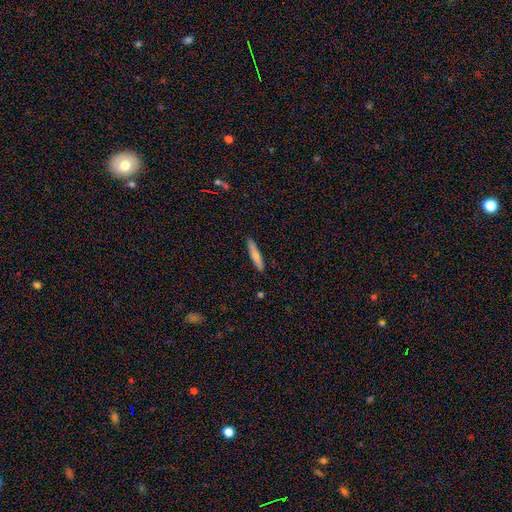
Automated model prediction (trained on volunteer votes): smooth 69%, featured or disk 25%, star or artifact 5%. Down the decision tree: how rounded — cigar-shaped (90%); merging — none (90%).